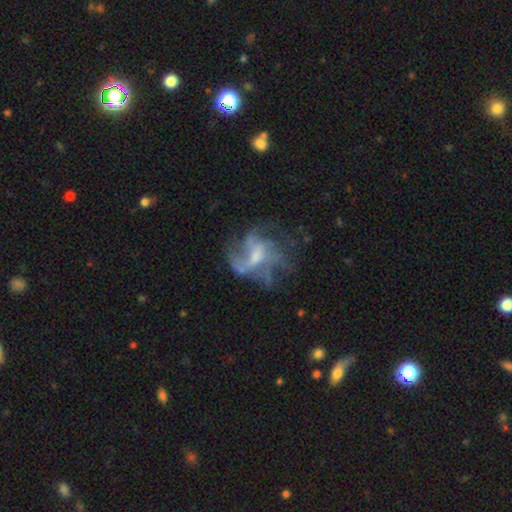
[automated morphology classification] Overall: featured or disk (75%). Edge-on disk: no (98%). Bar: no (52%; weak 39%). Spiral arms: yes (74%). Spiral arm count: can't tell (30%; 4 26%). Spiral winding: loose (50%; medium 37%). Bulge size: moderate (40%; small 38%). Merging: none (45%; major disturbance 35%).